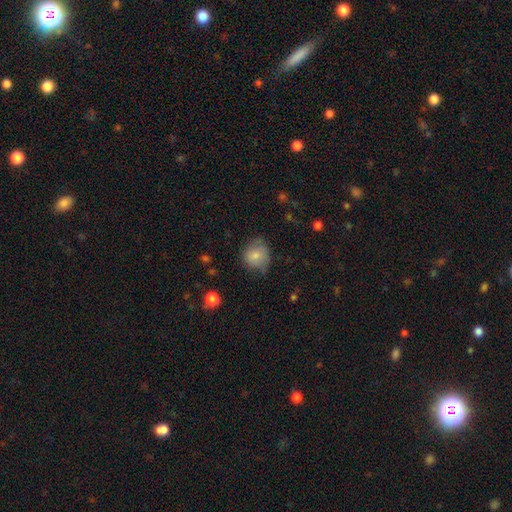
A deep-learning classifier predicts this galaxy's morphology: This appears to be a smooth galaxy with no disk features (77%) that is round (77%). Merging: none (58%).